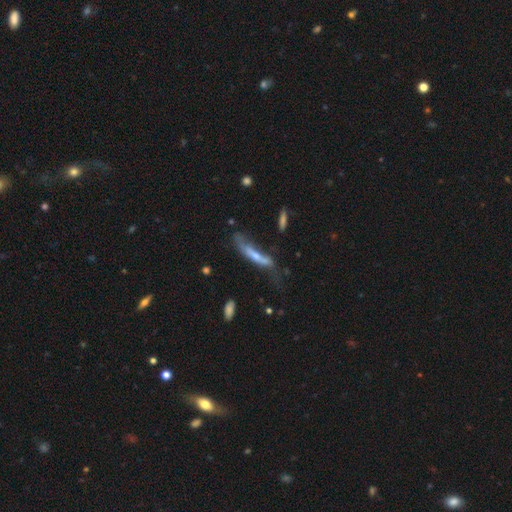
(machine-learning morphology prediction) Overall: smooth (48%; featured or disk 44%). Merging: major disturbance (36%; none 29%).